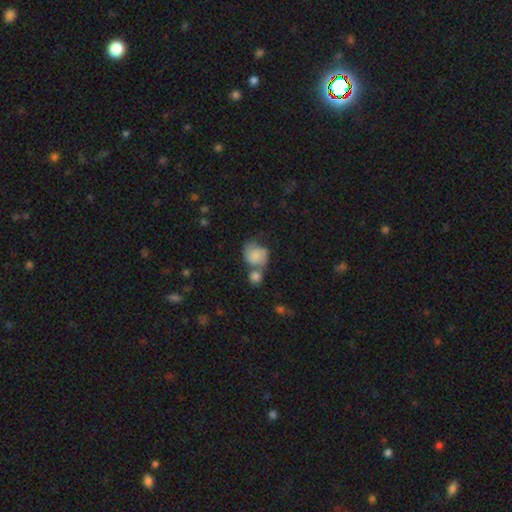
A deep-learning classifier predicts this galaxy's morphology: smooth-or-featured: smooth: 68% | featured or disk: 23% | star or artifact: 8%
  how-rounded: round: 62% | in between: 37% | cigar-shaped: 1%
  merging: merger: 47% | none: 27% | minor disturbance: 17% | major disturbance: 10%